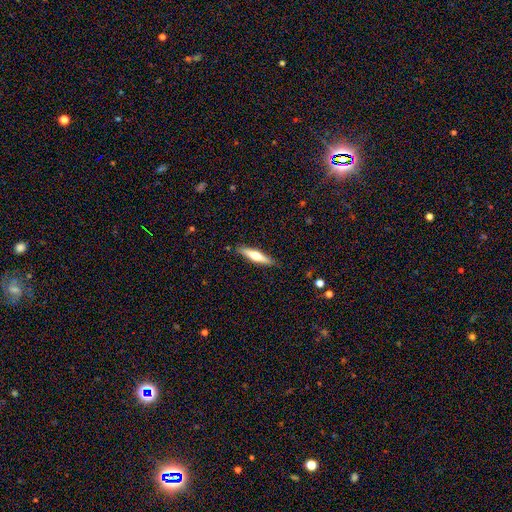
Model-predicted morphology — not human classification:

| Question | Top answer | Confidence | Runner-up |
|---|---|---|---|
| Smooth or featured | featured or disk | 48% | smooth (47%) |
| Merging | none | 88% | minor disturbance (9%) |